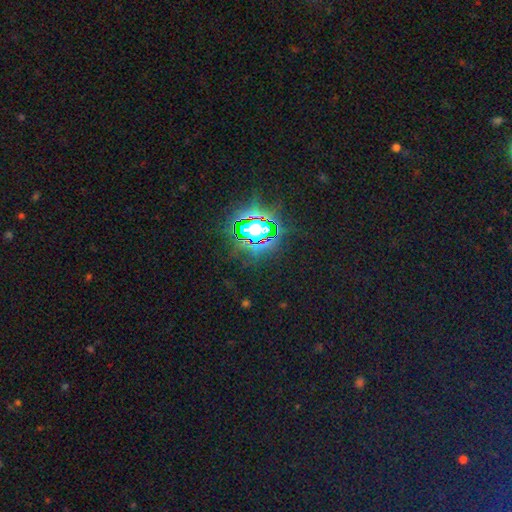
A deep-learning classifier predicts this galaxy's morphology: Smooth or featured?
  - star or artifact: 81% *
  - smooth: 12%
  - featured or disk: 6%